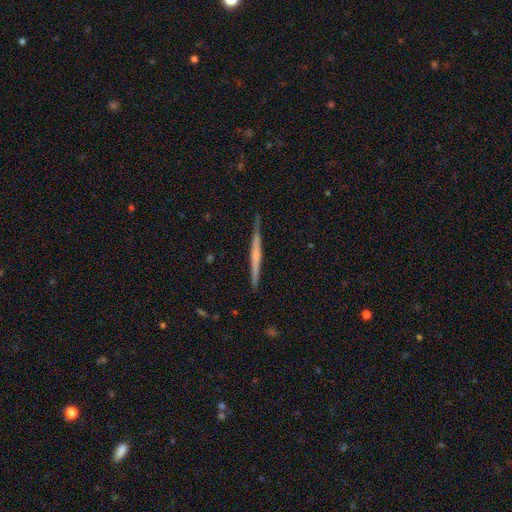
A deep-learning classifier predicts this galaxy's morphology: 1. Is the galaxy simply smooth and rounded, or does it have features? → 60% featured or disk, 35% smooth, 5% star or artifact.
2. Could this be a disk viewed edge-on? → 98% yes, 2% no.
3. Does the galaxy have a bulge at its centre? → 67% none, 22% rounded, 10% boxy.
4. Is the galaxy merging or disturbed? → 88% none, 9% minor disturbance, 2% major disturbance, 1% merger.